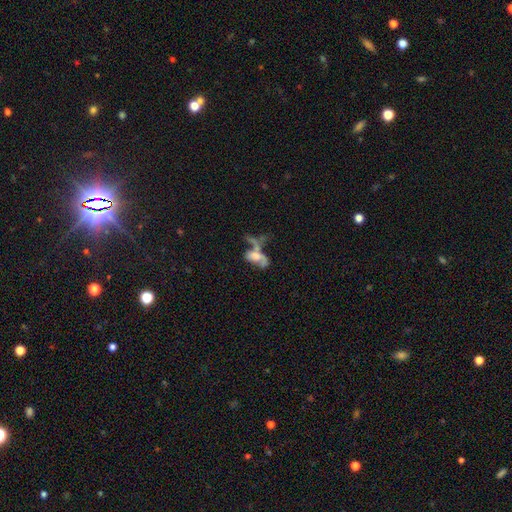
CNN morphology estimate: This appears to be a featured or disk galaxy (43%). Merging: merger (46%).